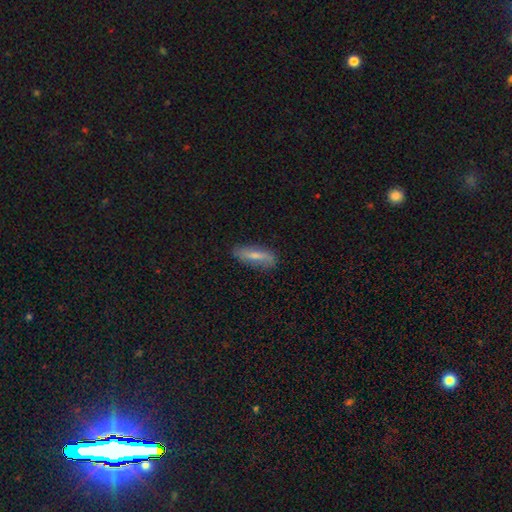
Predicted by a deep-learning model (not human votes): Overall: smooth (54%; featured or disk 39%). How rounded: cigar-shaped (49%; in between 48%). Merging: none (76%).